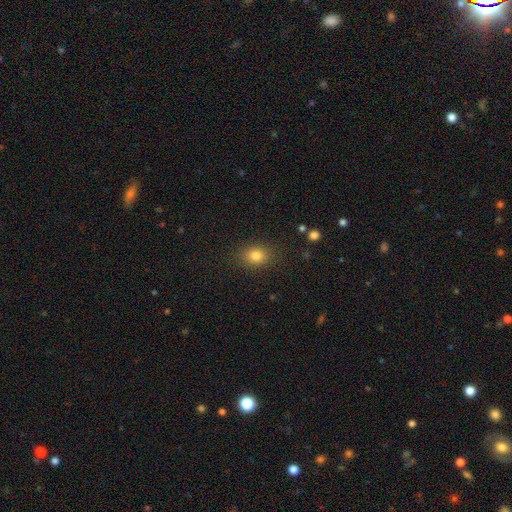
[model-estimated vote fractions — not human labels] Smooth or featured? smooth (83%)
How rounded? in between (58%)
Merging? none (86%)